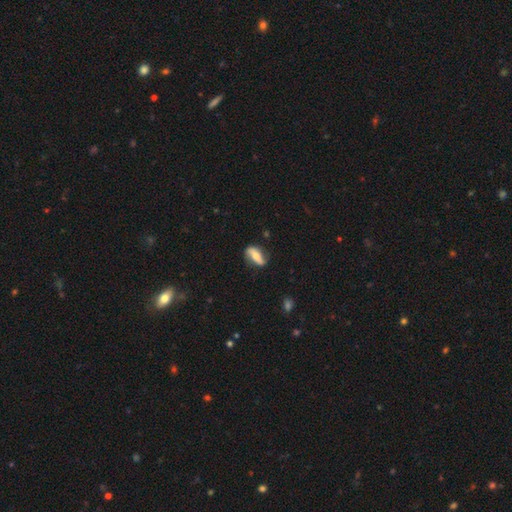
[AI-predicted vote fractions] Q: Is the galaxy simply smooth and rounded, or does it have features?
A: featured or disk — 62%.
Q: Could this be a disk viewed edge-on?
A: no — 86%.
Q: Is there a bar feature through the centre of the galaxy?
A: strong — 38%.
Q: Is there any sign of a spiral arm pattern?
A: yes — 85%.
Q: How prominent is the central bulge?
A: moderate — 55%.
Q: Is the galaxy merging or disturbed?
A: none — 76%.